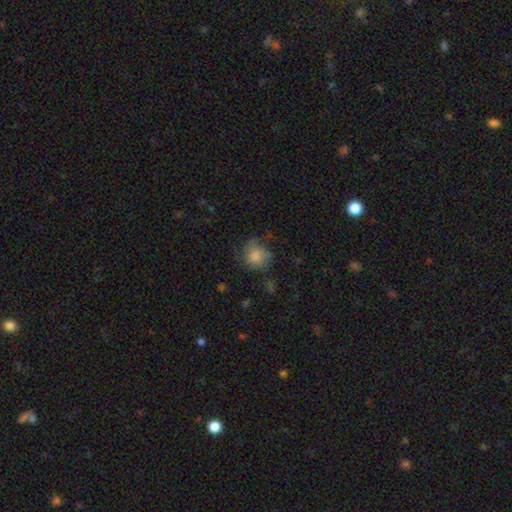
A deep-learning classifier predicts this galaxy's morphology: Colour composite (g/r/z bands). It shows a smooth galaxy with no disk features (77%) that is round (74%). Merging: none (52%).